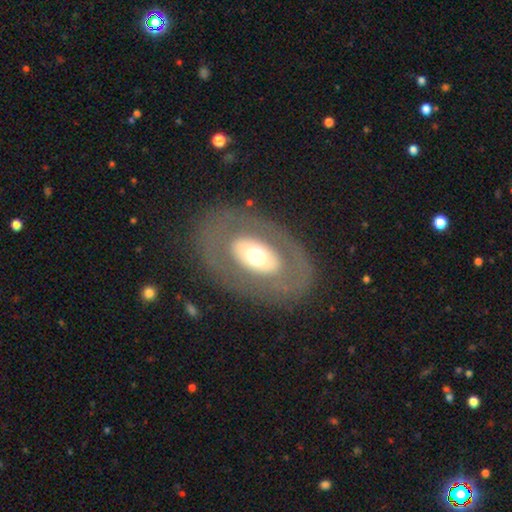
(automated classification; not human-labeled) This is possibly a featured or disk galaxy (52%). It is clearly not viewed edge-on (89%). Merging: likely none (80%).